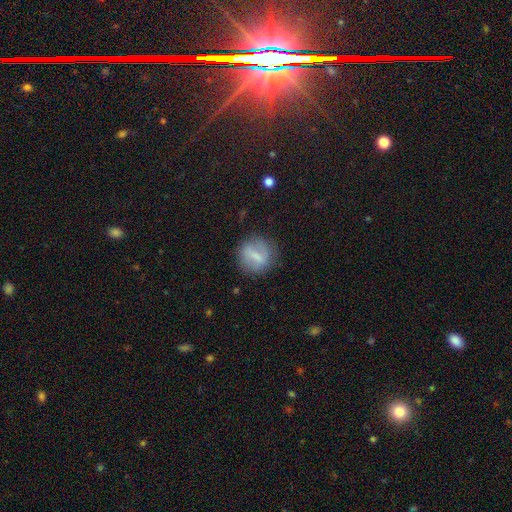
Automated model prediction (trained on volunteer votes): Morphology: type=smooth (55%); roundness=round (76%); merging=none (73%).